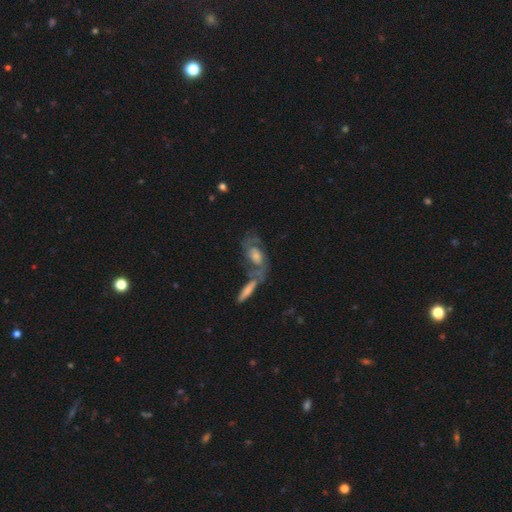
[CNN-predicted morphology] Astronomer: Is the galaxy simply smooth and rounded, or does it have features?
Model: featured or disk — 76%.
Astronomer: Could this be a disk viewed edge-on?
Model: no — 89%.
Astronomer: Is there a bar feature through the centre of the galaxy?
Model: no — 62%.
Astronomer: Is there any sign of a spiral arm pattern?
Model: yes — 88%.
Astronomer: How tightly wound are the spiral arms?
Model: medium — 47% (runner-up: tight, 35%).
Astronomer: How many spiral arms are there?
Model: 2 — 69%.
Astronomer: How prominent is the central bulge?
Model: moderate — 48% (runner-up: small, 25%).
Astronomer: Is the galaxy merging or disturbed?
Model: none — 43% (runner-up: merger, 32%).